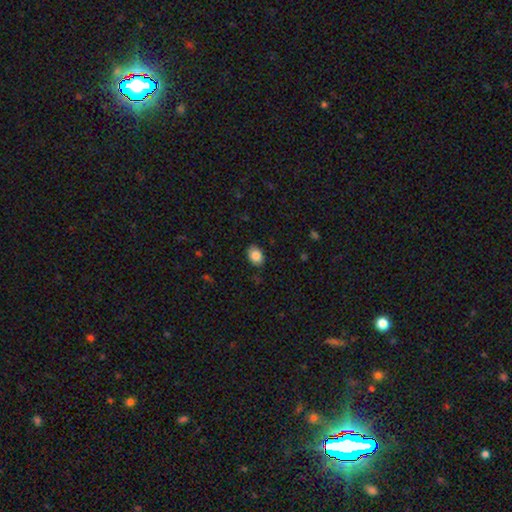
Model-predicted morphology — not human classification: A smooth galaxy with no disk features (85%) that is in between round and cigar-shaped (77%). Merging: none (86%).